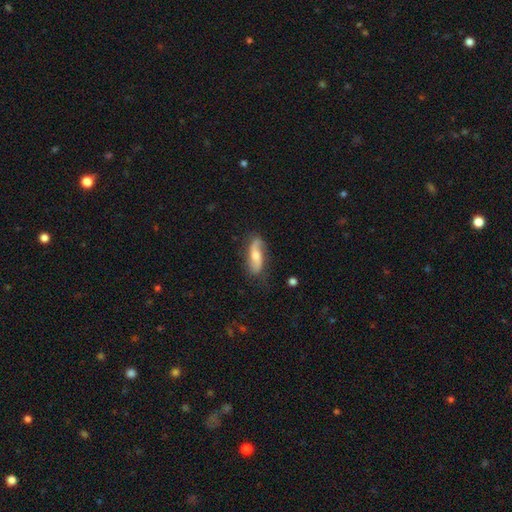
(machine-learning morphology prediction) Smooth or featured? Predicted: featured or disk (p=0.62). Edge-on disk? Predicted: no (p=0.83). Bar? Predicted: no (p=0.55). Spiral arms? Predicted: yes (p=0.90). Bulge size? Predicted: moderate (p=0.59). Merging? Predicted: none (p=0.72).